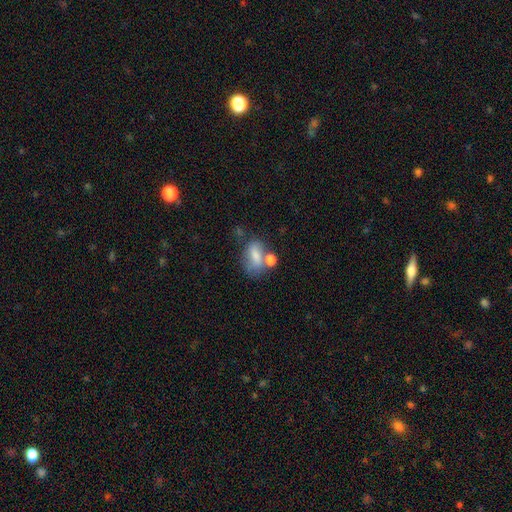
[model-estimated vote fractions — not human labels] Q: Smooth or featured?
A: smooth (73%); runner-up: featured or disk (18%)
Q: How rounded?
A: in between (81%); runner-up: round (15%)
Q: Merging?
A: none (41%); runner-up: merger (28%)